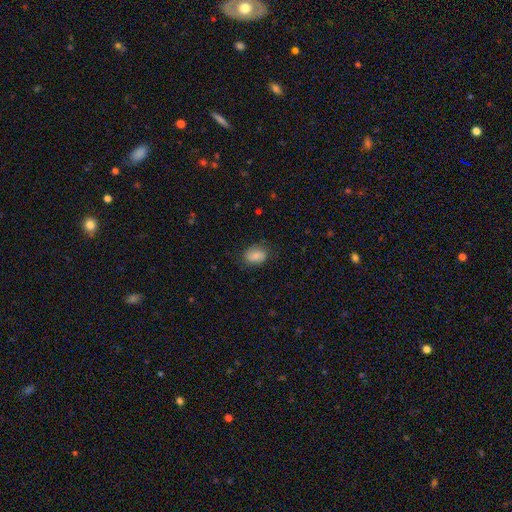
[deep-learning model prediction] Smooth or featured?
  - smooth: 81% *
  - featured or disk: 11%
  - star or artifact: 8%
How rounded?
  - in between: 78% *
  - round: 21%
  - cigar-shaped: 1%
Merging?
  - none: 75% *
  - minor disturbance: 18%
  - major disturbance: 5%
  - merger: 1%